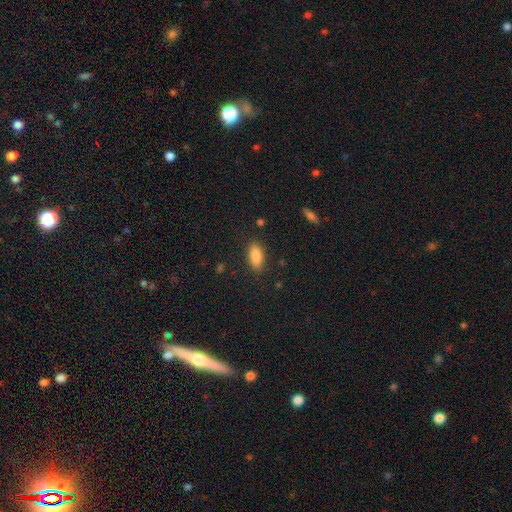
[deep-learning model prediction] smooth-or-featured: smooth: 87% | star or artifact: 8% | featured or disk: 6%
  how-rounded: in between: 87% | cigar-shaped: 10% | round: 3%
  merging: none: 86% | minor disturbance: 10% | major disturbance: 3% | merger: 1%